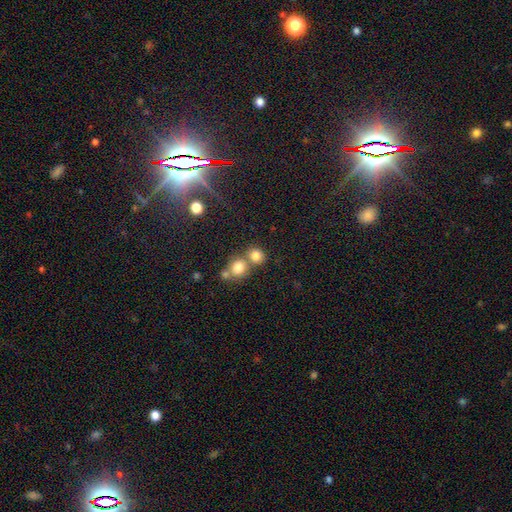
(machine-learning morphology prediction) smooth-or-featured: smooth: 80% | star or artifact: 12% | featured or disk: 8%
  how-rounded: round: 80% | in between: 19% | cigar-shaped: 1%
  merging: none: 48% | merger: 42% | minor disturbance: 7% | major disturbance: 3%